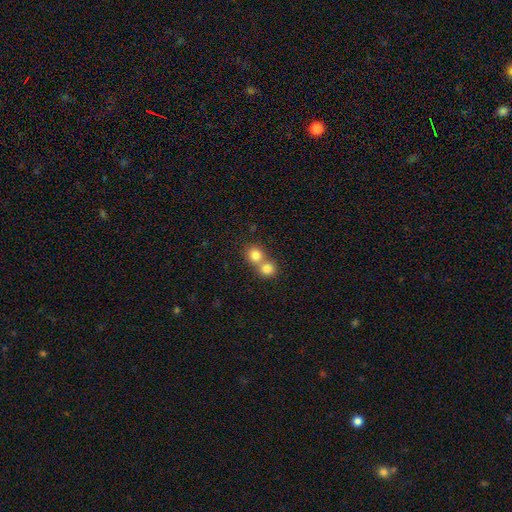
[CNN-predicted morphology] Q: Smooth or featured?
A: smooth (80%); runner-up: star or artifact (11%)
Q: How rounded?
A: round (83%); runner-up: in between (16%)
Q: Merging?
A: merger (59%); runner-up: none (35%)